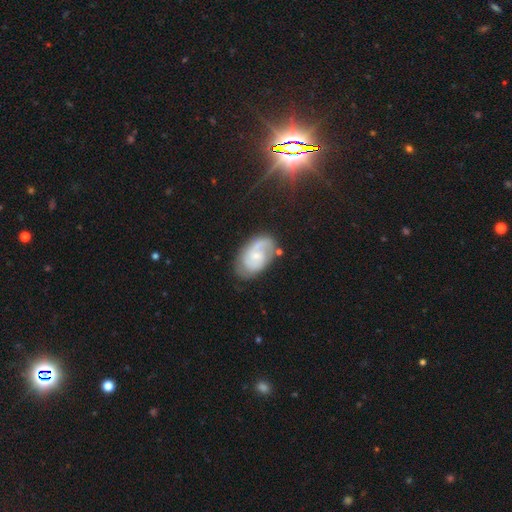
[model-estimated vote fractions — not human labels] Q: Smooth or featured?
A: featured or disk (69%); runner-up: smooth (24%)
Q: Edge-on disk?
A: no (97%); runner-up: yes (3%)
Q: Bar?
A: no (57%); runner-up: weak (37%)
Q: Spiral arms?
A: yes (90%); runner-up: no (10%)
Q: Spiral winding?
A: medium (43%); runner-up: tight (38%)
Q: Spiral arm count?
A: 2 (61%); runner-up: can't tell (19%)
Q: Bulge size?
A: small (59%); runner-up: moderate (30%)
Q: Merging?
A: none (66%); runner-up: minor disturbance (22%)